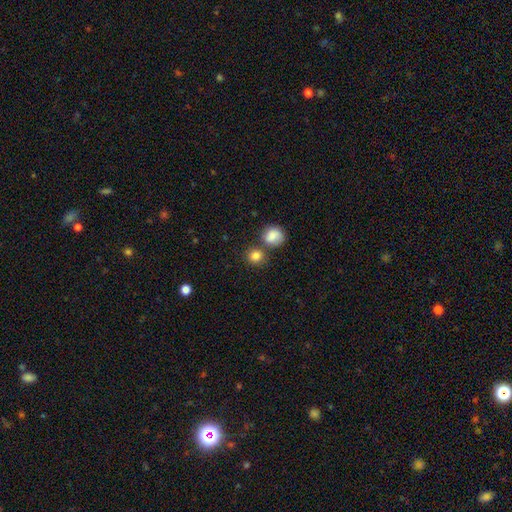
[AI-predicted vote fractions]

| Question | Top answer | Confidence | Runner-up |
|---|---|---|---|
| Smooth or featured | smooth | 84% | star or artifact (10%) |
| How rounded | round | 83% | in between (16%) |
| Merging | none | 63% | merger (25%) |